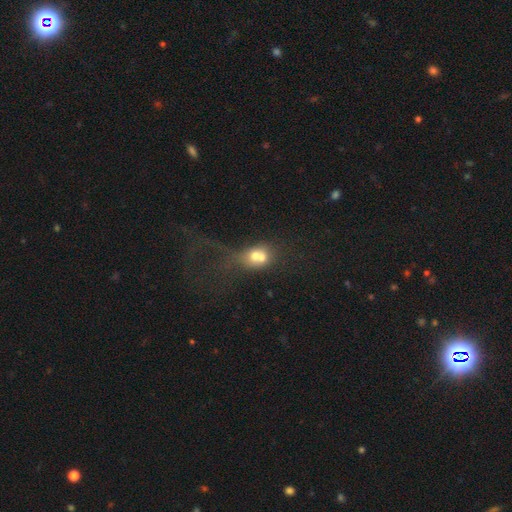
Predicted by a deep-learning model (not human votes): The model was most divided on "how rounded": round: 55%, in between: 42%, cigar-shaped: 2%. More confident: merging — merger (64%); smooth or featured — smooth (59%).